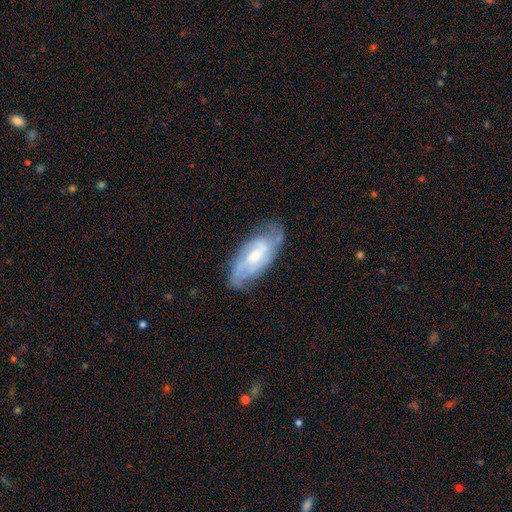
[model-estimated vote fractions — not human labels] Overall: featured or disk (73%). Edge-on disk: no (91%). Bar: no (49%; weak 42%). Spiral arms: yes (90%). Spiral arm count: 2 (38%; can't tell 36%). Spiral winding: tight (48%; medium 39%). Bulge size: moderate (48%; small 43%). Merging: none (69%).